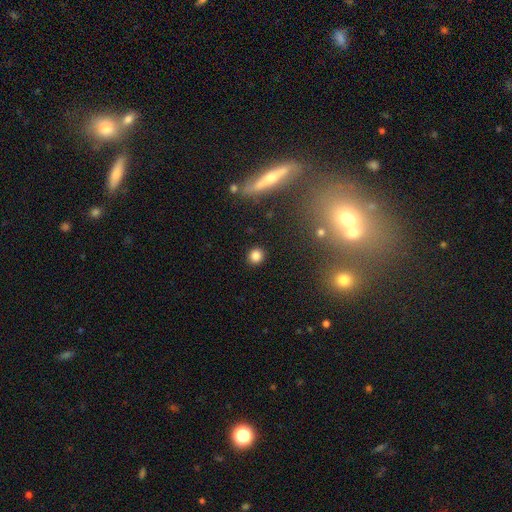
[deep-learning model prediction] The model was most divided on "smooth or featured": smooth: 82%, star or artifact: 12%, featured or disk: 5%. More confident: merging — none (90%); how rounded — round (90%).